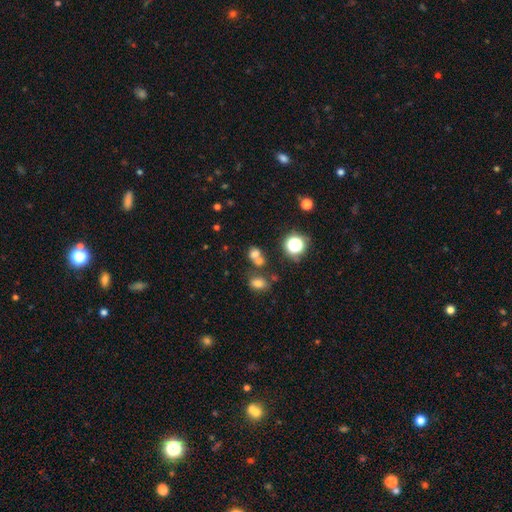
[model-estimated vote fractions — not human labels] Q: Smooth or featured?
A: smooth (64%); runner-up: star or artifact (26%)
Q: How rounded?
A: round (61%); runner-up: in between (38%)
Q: Merging?
A: none (43%); runner-up: merger (42%)